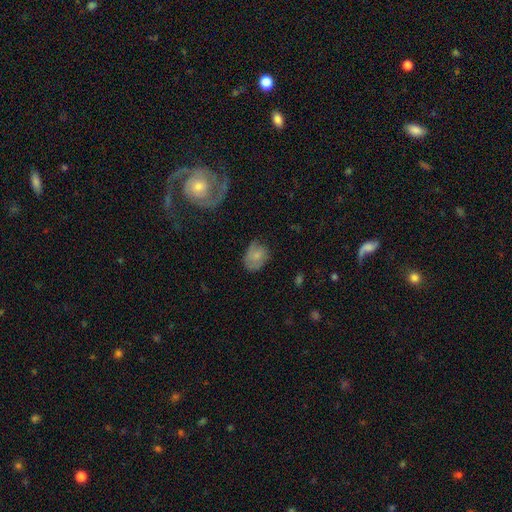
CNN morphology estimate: type=smooth (72%); roundness=in between (60%); merging=none (57%).